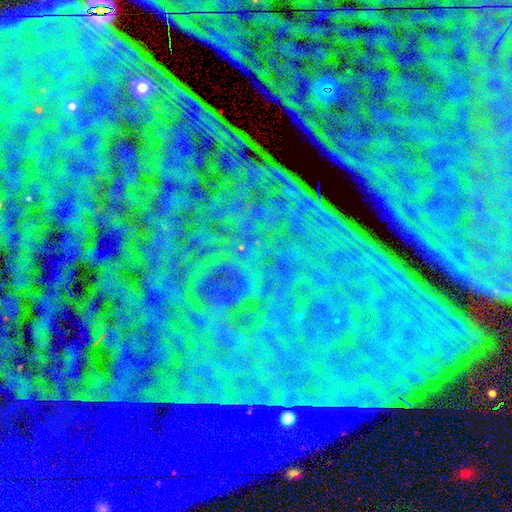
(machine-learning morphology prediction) Smooth or featured? Predicted: star or artifact (p=0.89).